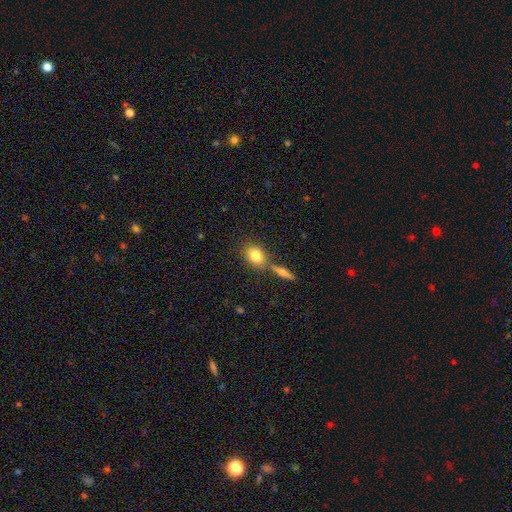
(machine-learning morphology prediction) Smooth or featured: smooth — 79% (featured or disk — 13%)
How rounded: in between — 70% (round — 27%)
Merging: none — 61% (merger — 24%)